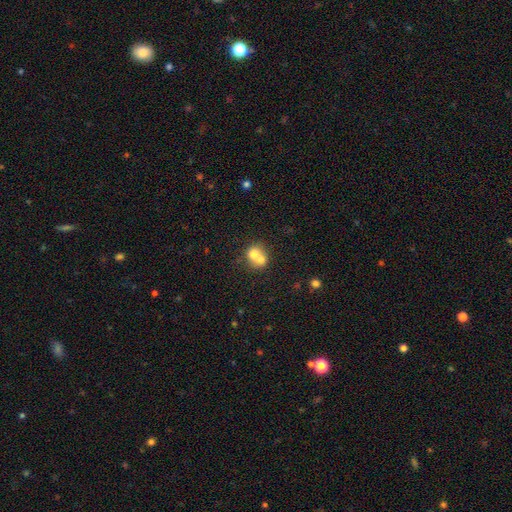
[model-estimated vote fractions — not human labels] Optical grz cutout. It shows a smooth galaxy with no disk features (68%) that is round (73%). Merging: merger (67%).